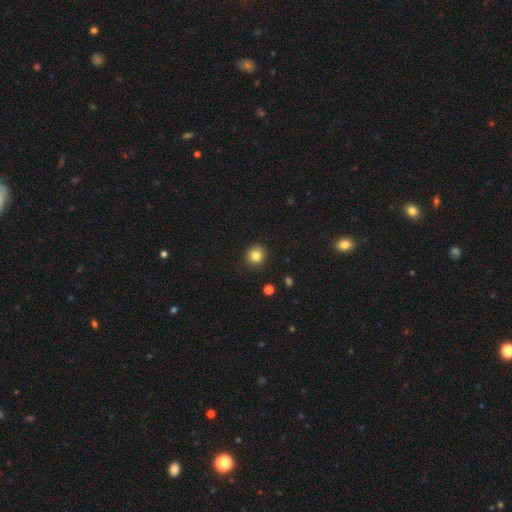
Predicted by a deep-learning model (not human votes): Smooth or featured: smooth — 83% (star or artifact — 11%)
How rounded: round — 90% (in between — 9%)
Merging: none — 91% (minor disturbance — 6%)